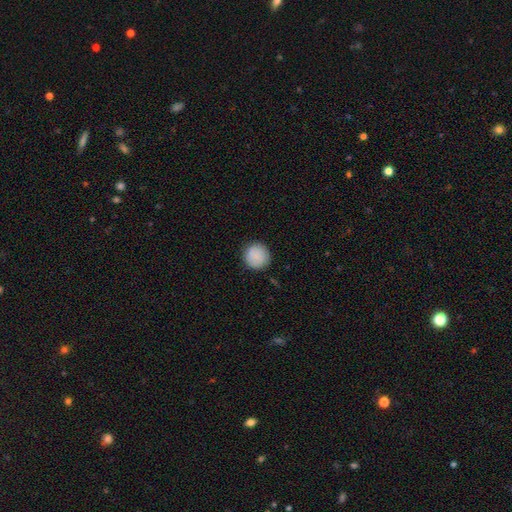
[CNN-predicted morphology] The model was most divided on "smooth or featured": smooth: 84%, featured or disk: 9%, star or artifact: 7%. More confident: how rounded — round (94%); merging — none (88%).